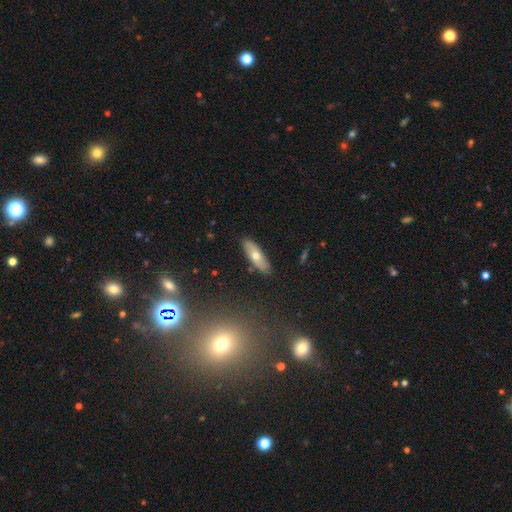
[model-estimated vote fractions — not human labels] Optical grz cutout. It shows a smooth galaxy with no disk features (61%) that is in between round and cigar-shaped (56%). Merging: none (86%).